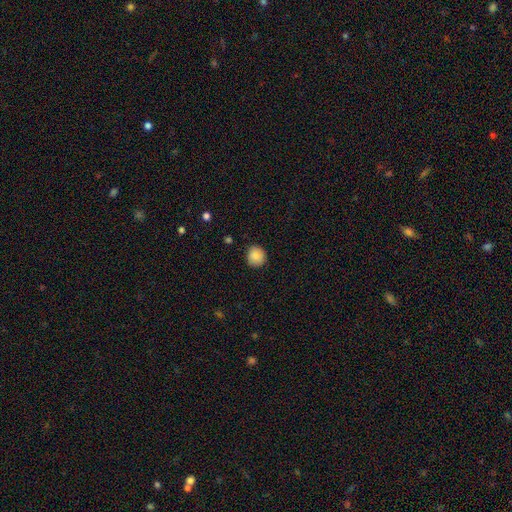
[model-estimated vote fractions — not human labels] Smooth or featured? Predicted: smooth (p=0.86). How rounded? Predicted: round (p=0.90). Merging? Predicted: none (p=0.89).